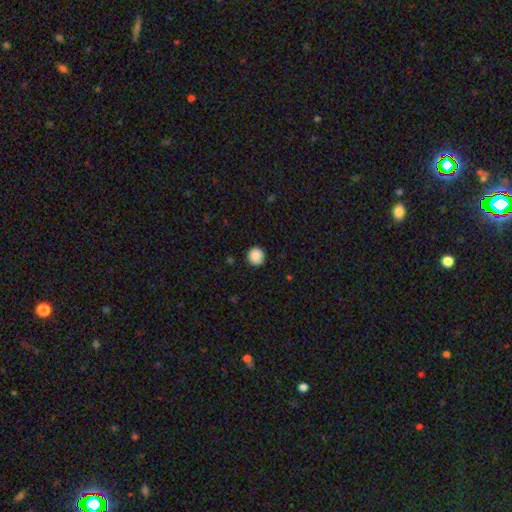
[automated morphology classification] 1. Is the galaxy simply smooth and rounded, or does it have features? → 89% smooth, 8% star or artifact, 3% featured or disk.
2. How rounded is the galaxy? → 92% round, 7% in between, 1% cigar-shaped.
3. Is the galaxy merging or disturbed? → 89% none, 8% minor disturbance, 2% major disturbance, 1% merger.